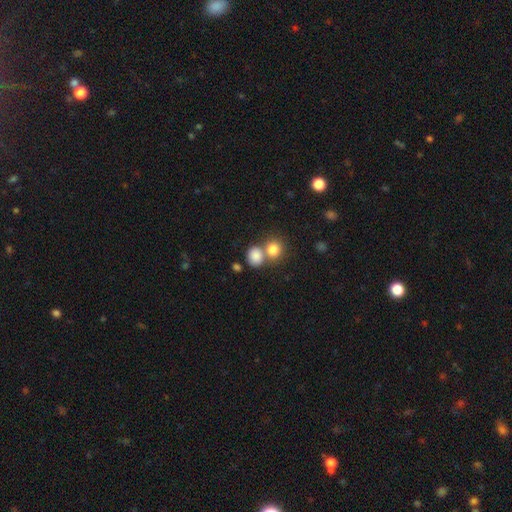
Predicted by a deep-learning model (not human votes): The model was most divided on "merging": none: 47%, merger: 42%, minor disturbance: 8%, major disturbance: 3%. More confident: smooth or featured — smooth (83%); how rounded — round (73%).